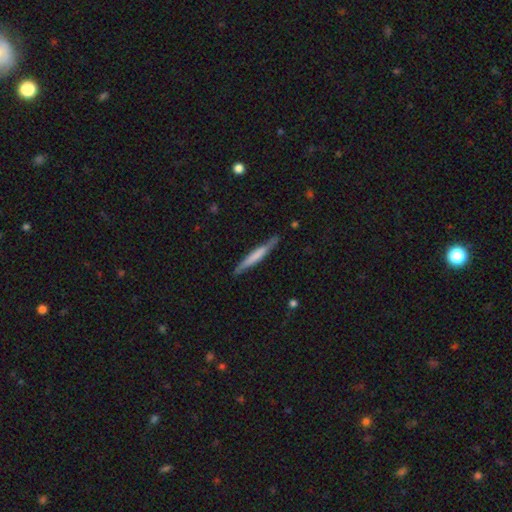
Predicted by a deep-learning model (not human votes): This is possibly a smooth galaxy (55%). How rounded: clearly cigar-shaped (95%). Merging: clearly none (84%).